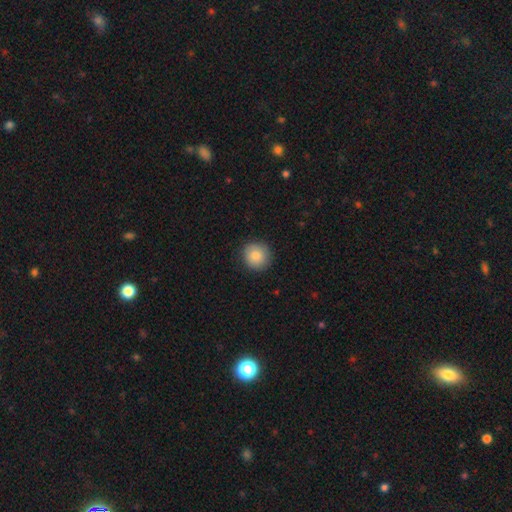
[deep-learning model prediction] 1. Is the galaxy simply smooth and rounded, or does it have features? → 84% smooth, 8% star or artifact, 8% featured or disk.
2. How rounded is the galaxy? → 94% round, 5% in between, 1% cigar-shaped.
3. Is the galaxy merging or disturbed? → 89% none, 8% minor disturbance, 2% major disturbance, 1% merger.